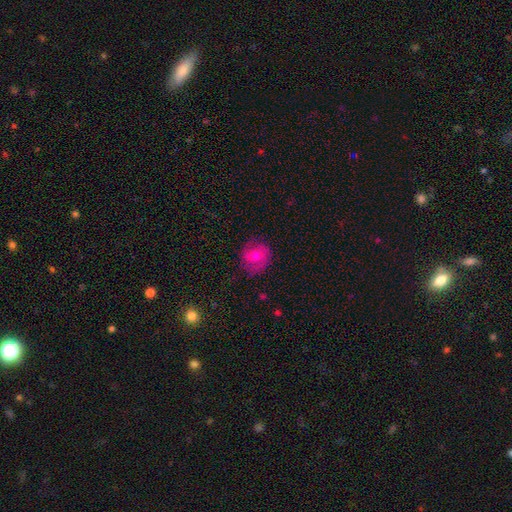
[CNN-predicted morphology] Overall: smooth (47%; featured or disk 45%). Merging: none (75%).